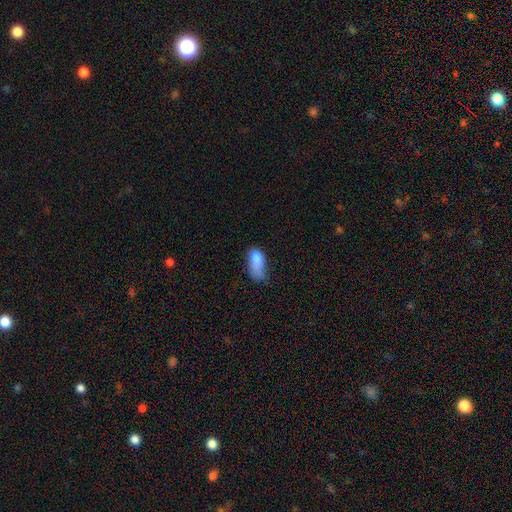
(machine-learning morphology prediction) smooth_or_featured: smooth (p=0.80) [alt: featured or disk p=0.11]
how_rounded: in between (p=0.88) [alt: cigar-shaped p=0.08]
merging: minor disturbance (p=0.37) [alt: major disturbance p=0.33]